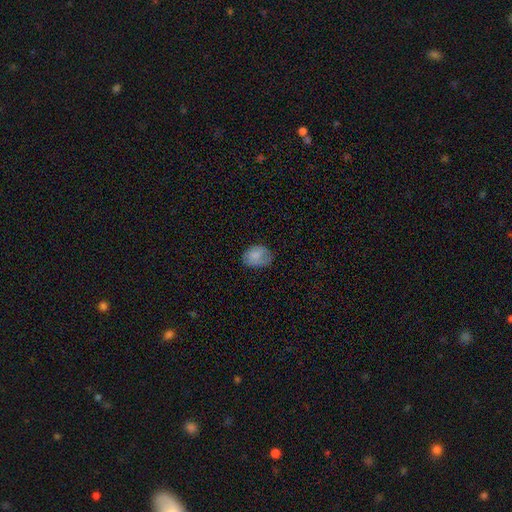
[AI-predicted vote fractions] Smooth or featured? smooth (81%)
How rounded? in between (70%)
Merging? none (60%)